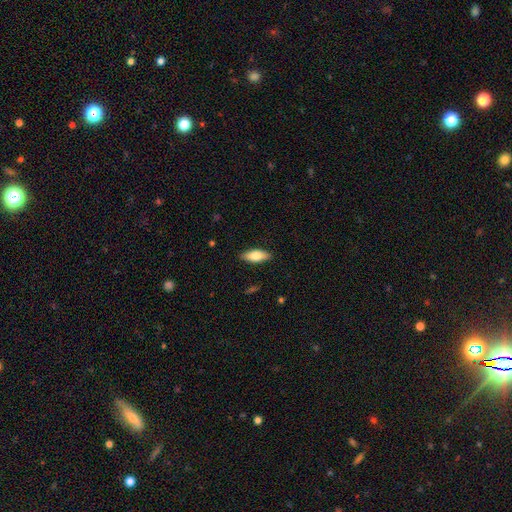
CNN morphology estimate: smooth-or-featured: smooth: 71% | featured or disk: 22% | star or artifact: 6%
  how-rounded: in between: 74% | cigar-shaped: 24% | round: 2%
  merging: none: 88% | minor disturbance: 9% | major disturbance: 2% | merger: 1%